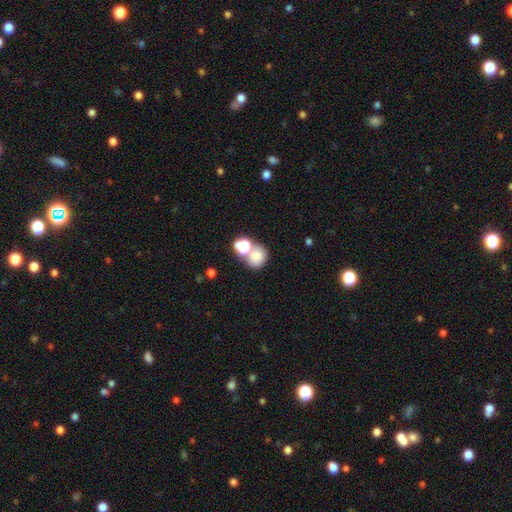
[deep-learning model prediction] A smooth galaxy with no disk features (73%) that is round (74%).

Vote fractions:
- Smooth or featured? smooth: 73% / star or artifact: 16% / featured or disk: 11%
- How rounded? round: 74% / in between: 25% / cigar-shaped: 1%
- Merging? none: 45% / merger: 42% / minor disturbance: 8% / major disturbance: 5%